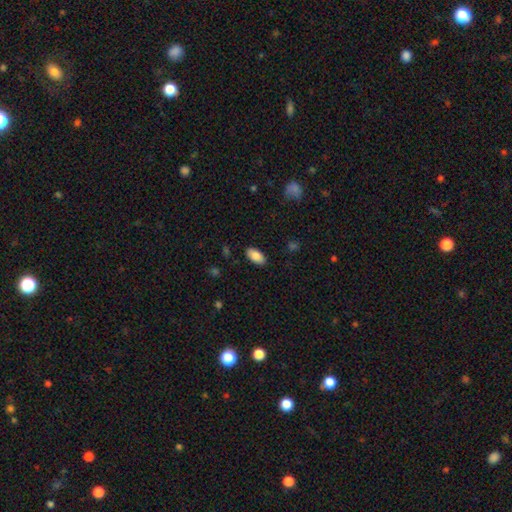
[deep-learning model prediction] Overall: smooth (84%). How rounded: in between (94%). Merging: none (88%).